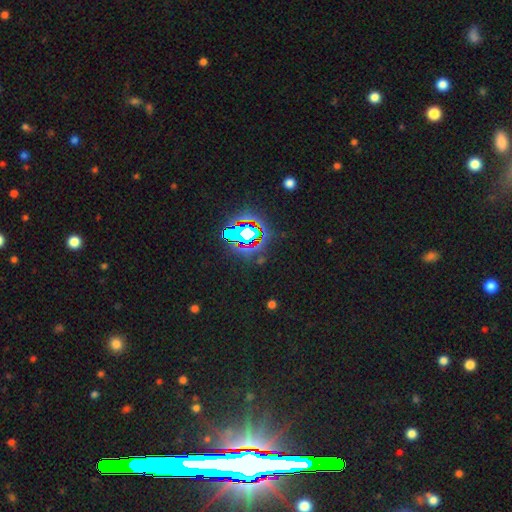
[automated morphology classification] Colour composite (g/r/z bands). It shows a star or artifact, not a galaxy (83%).